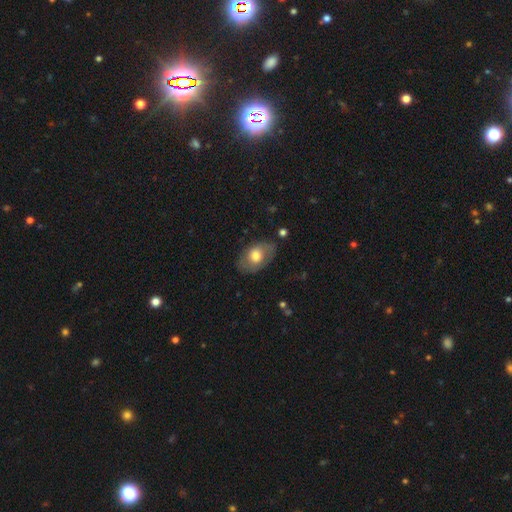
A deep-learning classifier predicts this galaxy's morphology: Q: Smooth or featured?
A: smooth (64%); runner-up: featured or disk (30%)
Q: How rounded?
A: in between (85%); runner-up: round (14%)
Q: Merging?
A: none (72%); runner-up: minor disturbance (19%)